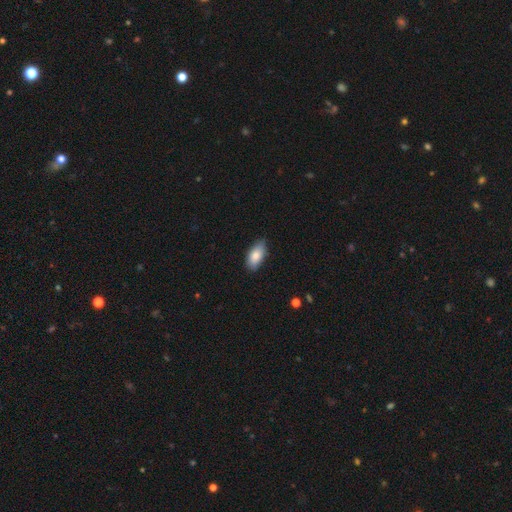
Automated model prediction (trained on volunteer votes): Q: Smooth or featured?
A: smooth (82%); runner-up: featured or disk (11%)
Q: How rounded?
A: in between (91%); runner-up: cigar-shaped (5%)
Q: Merging?
A: none (75%); runner-up: minor disturbance (21%)